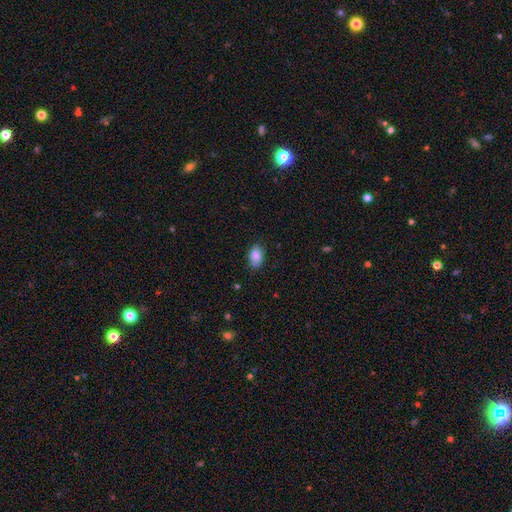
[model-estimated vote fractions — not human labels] Q: Smooth or featured?
A: smooth (85%); runner-up: star or artifact (7%)
Q: How rounded?
A: in between (91%); runner-up: round (7%)
Q: Merging?
A: none (77%); runner-up: minor disturbance (18%)